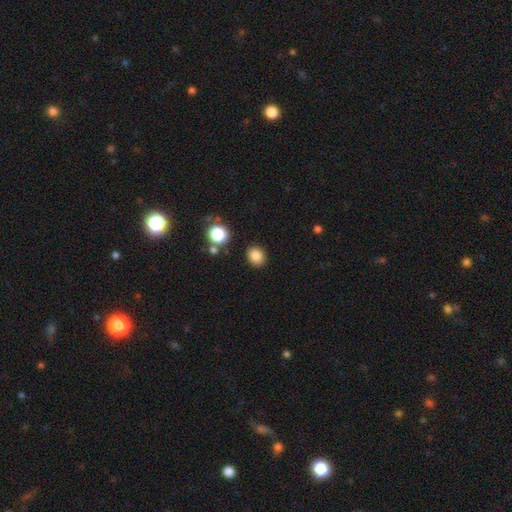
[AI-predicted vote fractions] Smooth or featured? smooth (84%)
How rounded? round (67%)
Merging? none (87%)